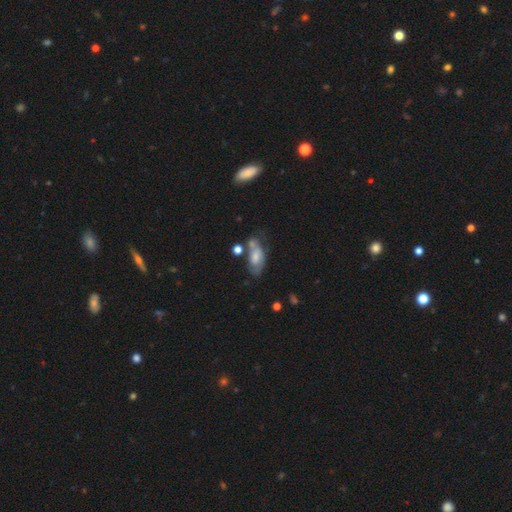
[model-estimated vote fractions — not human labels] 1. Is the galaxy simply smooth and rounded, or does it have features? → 46% featured or disk (tied), 46% smooth (tied), 8% star or artifact.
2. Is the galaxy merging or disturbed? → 42% none, 26% minor disturbance, 16% merger, 16% major disturbance.